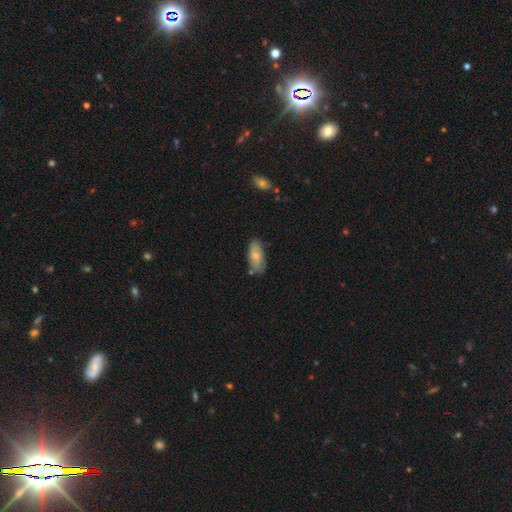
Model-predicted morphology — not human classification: smooth-or-featured: smooth: 69% | featured or disk: 25% | star or artifact: 6%
  how-rounded: in between: 89% | cigar-shaped: 8% | round: 2%
  merging: none: 70% | minor disturbance: 23% | major disturbance: 4% | merger: 3%